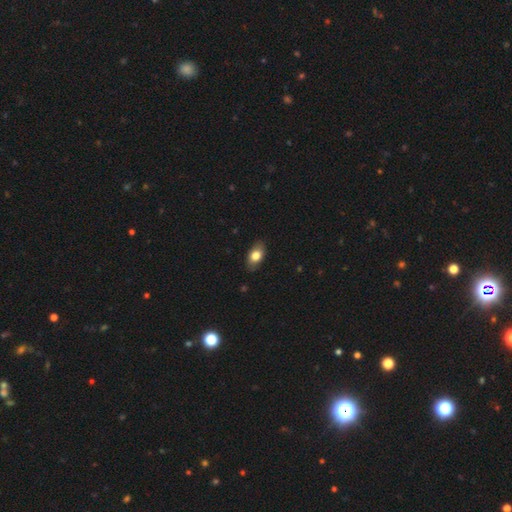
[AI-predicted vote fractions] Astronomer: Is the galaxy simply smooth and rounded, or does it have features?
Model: smooth — 78%.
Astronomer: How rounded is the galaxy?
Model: in between — 89%.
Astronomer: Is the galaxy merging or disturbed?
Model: none — 83%.